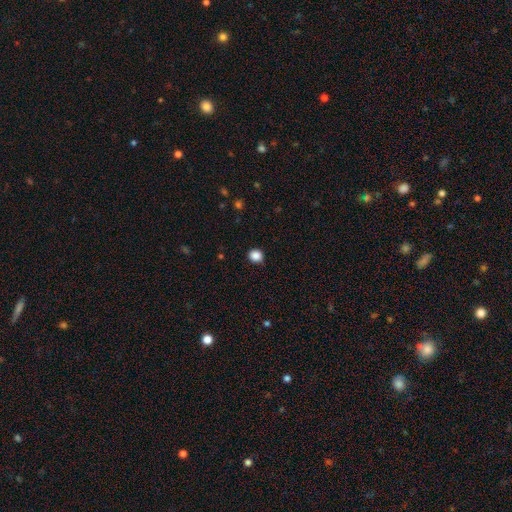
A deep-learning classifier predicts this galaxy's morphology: smooth-or-featured: smooth: 87% | star or artifact: 10% | featured or disk: 3%
  how-rounded: round: 84% | in between: 15% | cigar-shaped: 1%
  merging: none: 88% | minor disturbance: 8% | major disturbance: 2% | merger: 1%